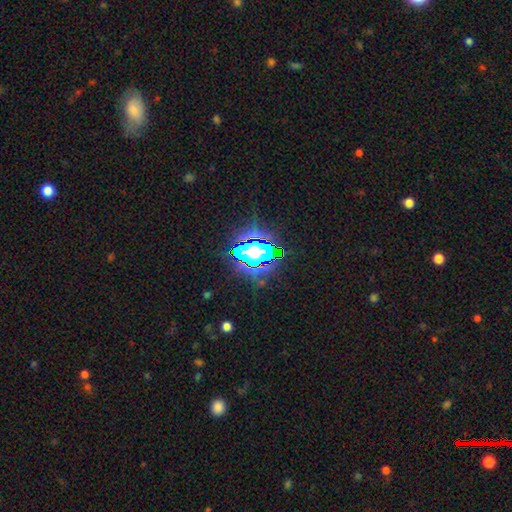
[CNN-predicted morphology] Smooth or featured? Predicted: star or artifact (p=0.65).